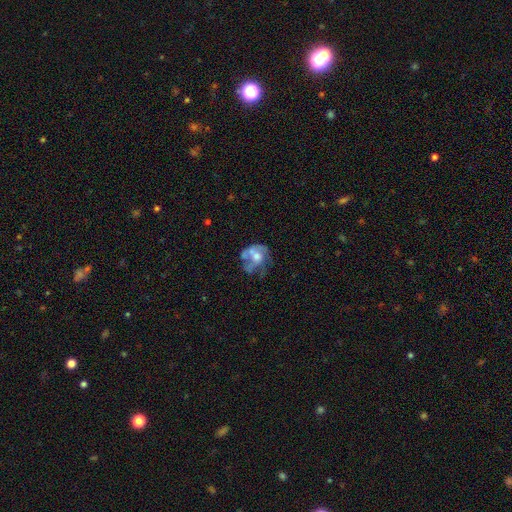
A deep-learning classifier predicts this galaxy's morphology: smooth_or_featured: featured or disk (p=0.64) [alt: smooth p=0.26]
disk_edge_on: no (p=0.98) [alt: yes p=0.02]
bar: no (p=0.79) [alt: weak p=0.18]
has_spiral_arms: no (p=0.50) [tied with: yes p=0.50]
bulge_size: moderate (p=0.62) [alt: small p=0.22]
merging: none (p=0.35) [alt: major disturbance p=0.32]